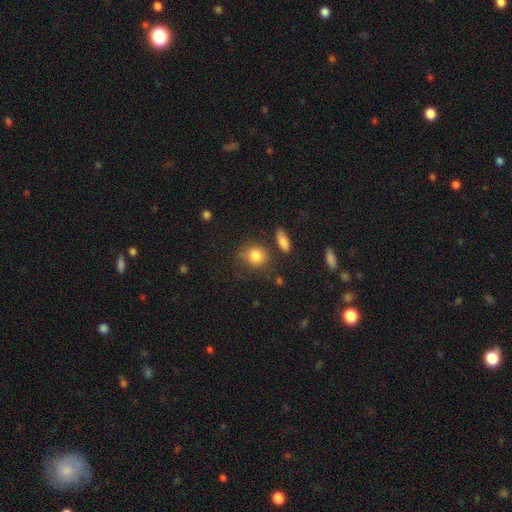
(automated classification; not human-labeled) smooth_or_featured: smooth (p=0.83) [alt: star or artifact p=0.09]
how_rounded: round (p=0.77) [alt: in between p=0.21]
merging: none (p=0.68) [alt: minor disturbance p=0.18]